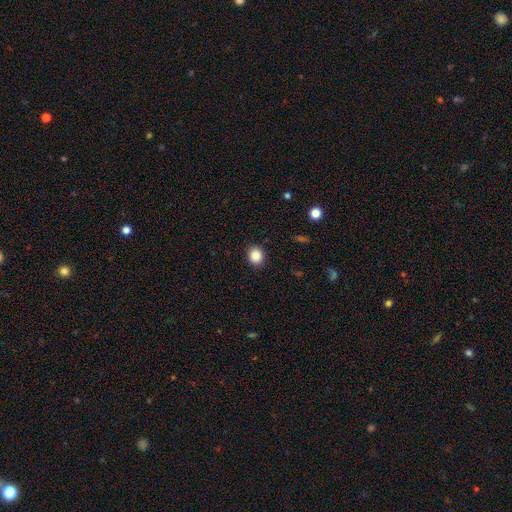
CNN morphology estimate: The model was most divided on "how rounded": round: 72%, in between: 27%, cigar-shaped: 1%. More confident: merging — none (89%); smooth or featured — smooth (87%).